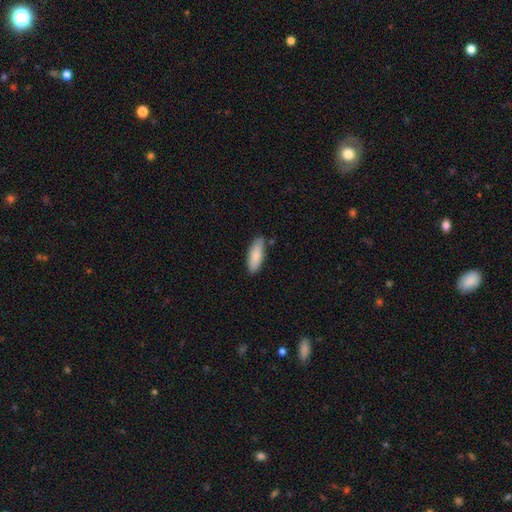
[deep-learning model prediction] Overall: smooth (83%). How rounded: in between (67%; cigar-shaped 31%). Merging: none (80%).